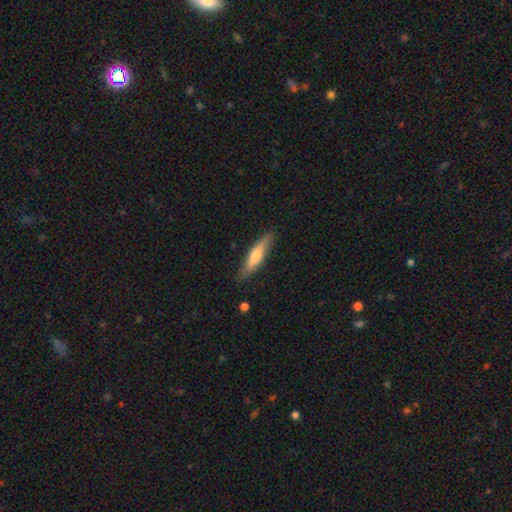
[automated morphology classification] type=smooth (62%); roundness=cigar-shaped (83%); merging=none (86%).